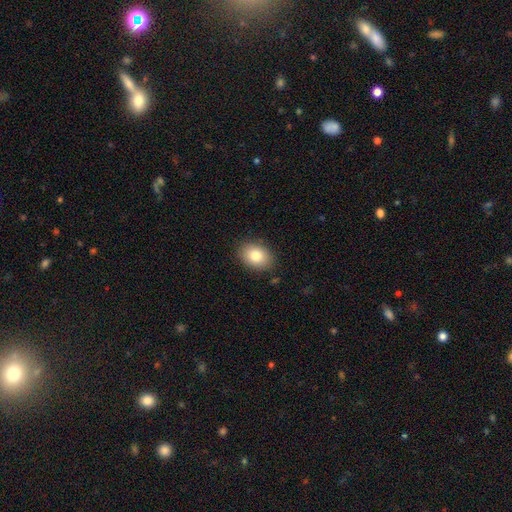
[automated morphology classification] Overall: smooth (82%). How rounded: in between (69%; round 30%). Merging: none (86%).